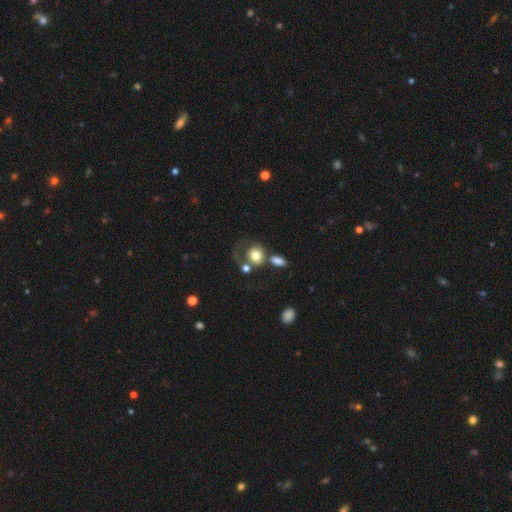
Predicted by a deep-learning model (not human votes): Morphology: type=smooth (70%); roundness=round (73%); merging=none (29%, tied with merger).